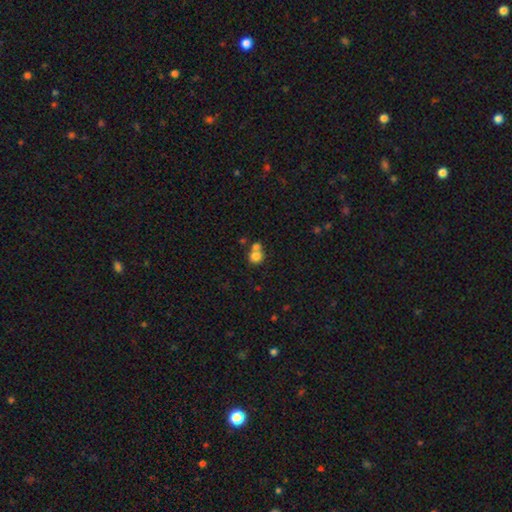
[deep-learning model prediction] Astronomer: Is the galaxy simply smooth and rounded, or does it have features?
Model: smooth — 79%.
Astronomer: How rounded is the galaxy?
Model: round — 83%.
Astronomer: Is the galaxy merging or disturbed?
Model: merger — 50% (runner-up: none, 40%).